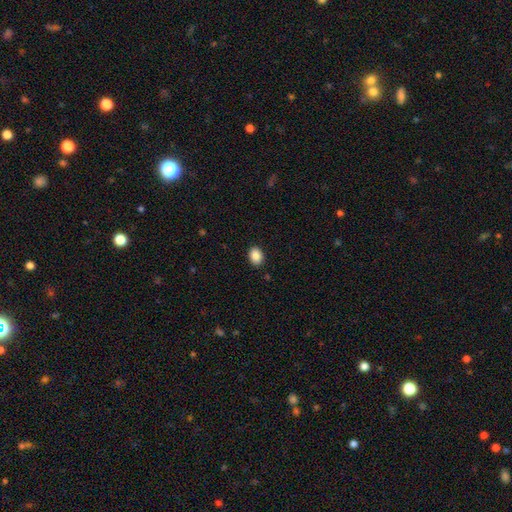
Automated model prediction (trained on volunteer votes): A smooth galaxy with no disk features (89%) that is in between round and cigar-shaped (65%). Merging: none (89%).